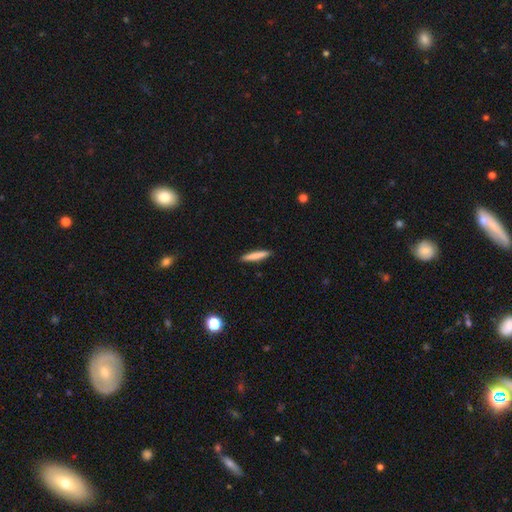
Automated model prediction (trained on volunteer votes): smooth 77%, featured or disk 16%, star or artifact 6%. Down the decision tree: how rounded — cigar-shaped (92%); merging — none (91%).